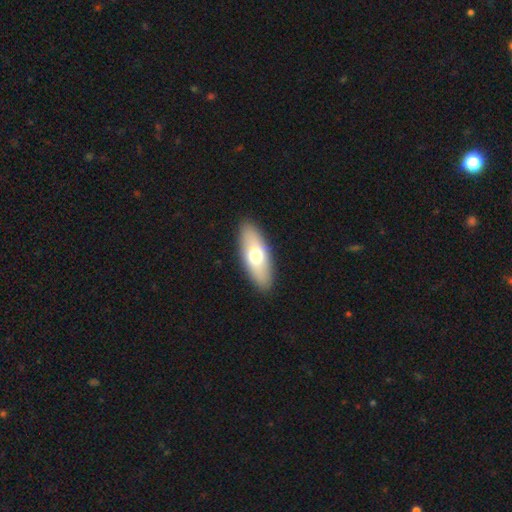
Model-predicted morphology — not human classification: smooth 66%, featured or disk 28%, star or artifact 6%. Down the decision tree: how rounded — in between (72%); merging — none (89%).